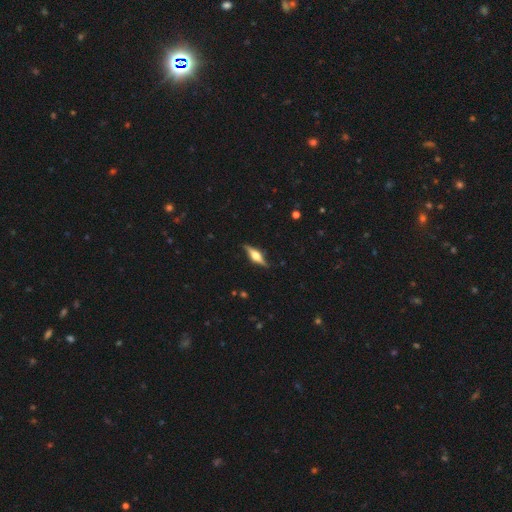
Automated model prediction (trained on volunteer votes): smooth_or_featured: featured or disk (p=0.74) [alt: smooth p=0.21]
disk_edge_on: yes (p=0.95) [alt: no p=0.05]
edge_on_bulge: rounded (p=0.89) [alt: boxy p=0.09]
merging: none (p=0.85) [alt: minor disturbance p=0.11]